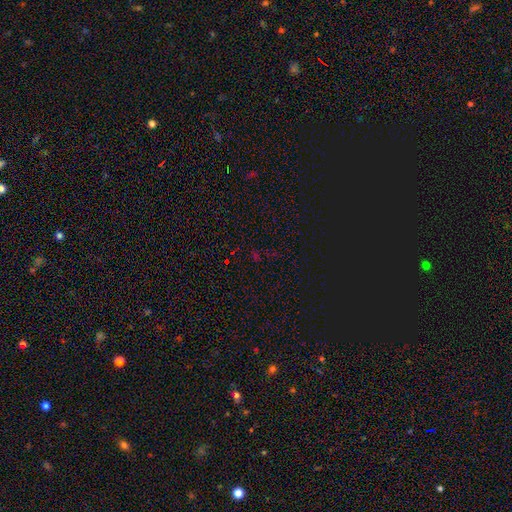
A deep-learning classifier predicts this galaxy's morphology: The model was most divided on "smooth or featured": star or artifact: 68%, smooth: 24%, featured or disk: 9%.